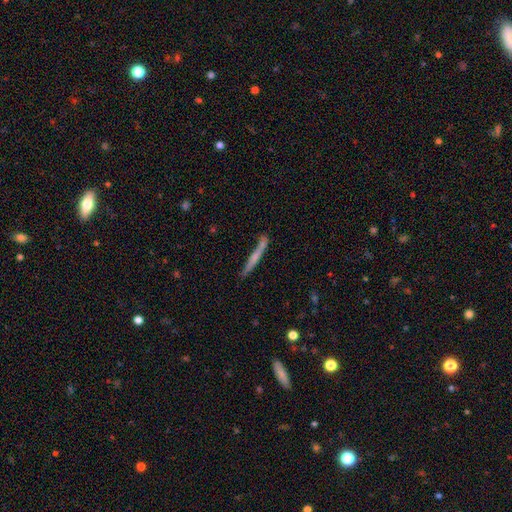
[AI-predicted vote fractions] Overall: smooth (47%, tied with featured or disk). Merging: none (75%).